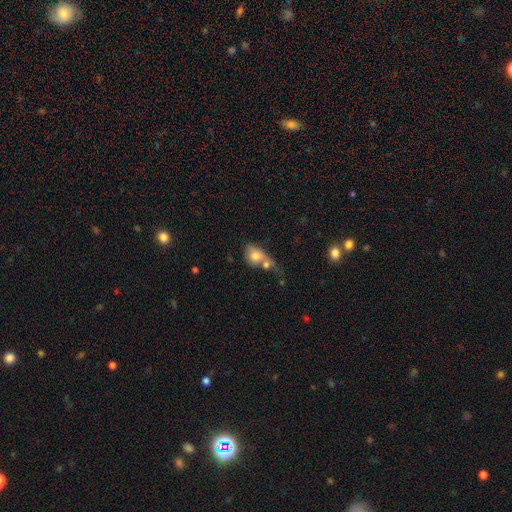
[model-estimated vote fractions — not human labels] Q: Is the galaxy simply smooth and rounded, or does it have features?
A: smooth — 73%.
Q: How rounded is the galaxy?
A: in between — 63%.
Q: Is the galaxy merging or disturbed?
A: merger — 57%.